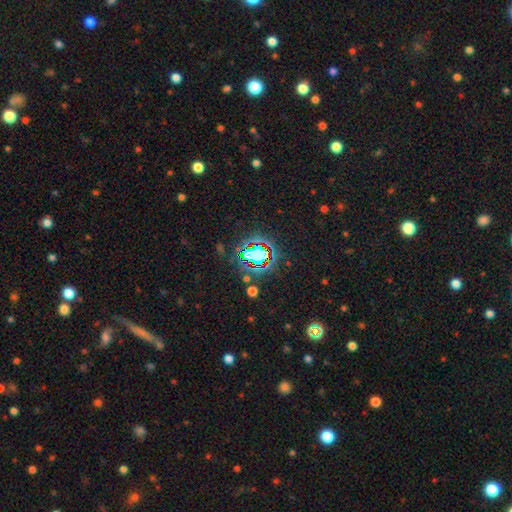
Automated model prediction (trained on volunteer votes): A star or artifact, not a galaxy (78%).

Vote fractions:
- Smooth or featured? star or artifact: 78% / smooth: 13% / featured or disk: 9%